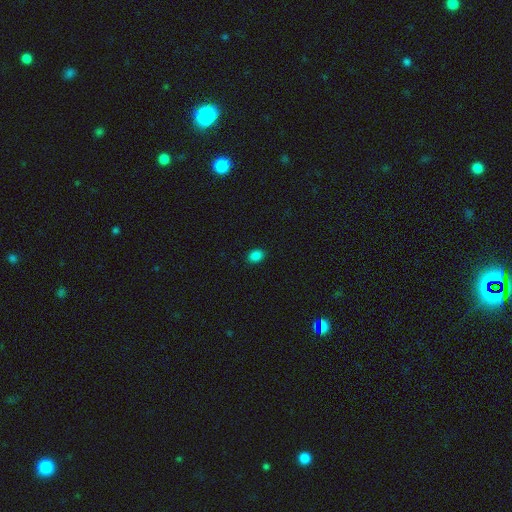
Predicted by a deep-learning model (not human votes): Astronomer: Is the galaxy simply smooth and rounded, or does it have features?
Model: smooth — 85%.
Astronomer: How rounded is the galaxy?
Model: in between — 69%.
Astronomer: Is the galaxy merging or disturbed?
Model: none — 90%.